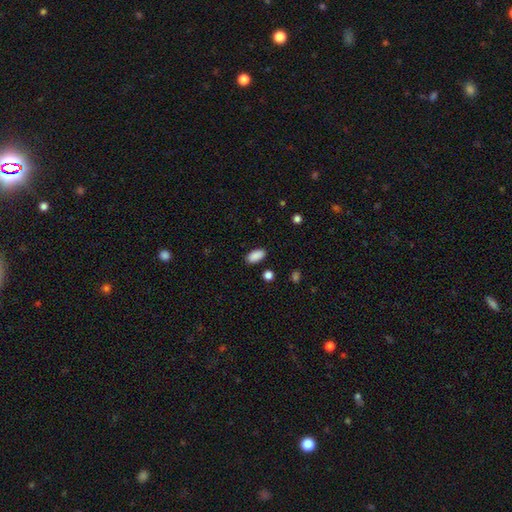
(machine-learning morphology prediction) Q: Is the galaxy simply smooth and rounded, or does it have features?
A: smooth — 89%.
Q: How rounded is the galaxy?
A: in between — 92%.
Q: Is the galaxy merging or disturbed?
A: none — 86%.